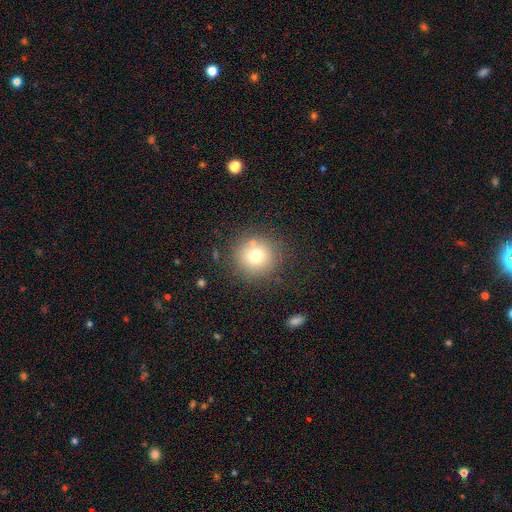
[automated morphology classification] Q: Smooth or featured?
A: smooth (73%); runner-up: star or artifact (14%)
Q: How rounded?
A: round (93%); runner-up: in between (6%)
Q: Merging?
A: none (81%); runner-up: minor disturbance (9%)